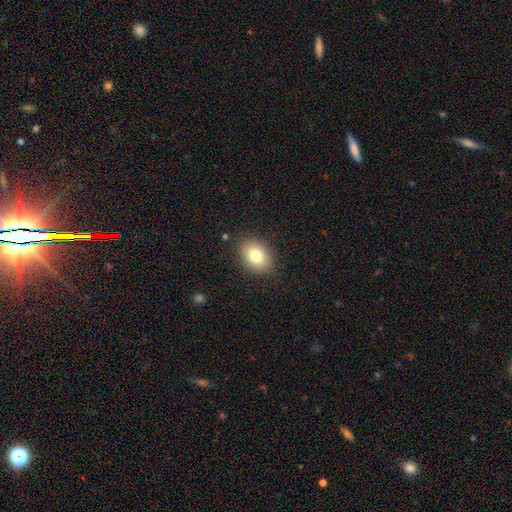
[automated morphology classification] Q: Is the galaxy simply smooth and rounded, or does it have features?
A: smooth — 80%.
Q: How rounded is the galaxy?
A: in between — 70%.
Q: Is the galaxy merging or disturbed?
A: none — 87%.